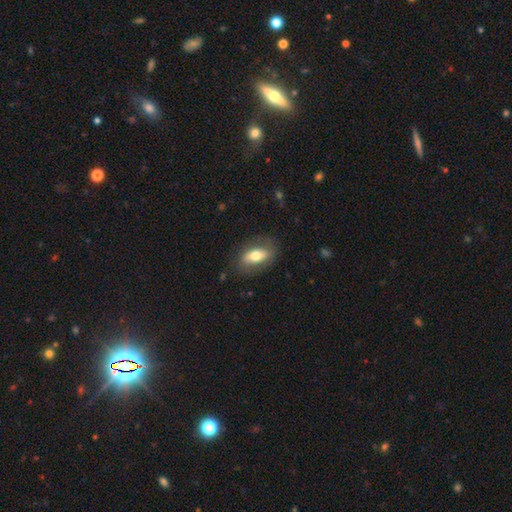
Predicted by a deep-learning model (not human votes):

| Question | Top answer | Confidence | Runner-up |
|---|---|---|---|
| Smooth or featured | smooth | 61% | featured or disk (32%) |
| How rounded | in between | 84% | cigar-shaped (9%) |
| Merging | none | 78% | minor disturbance (15%) |